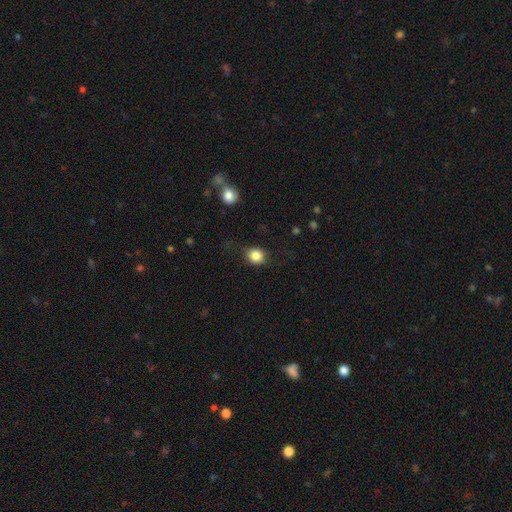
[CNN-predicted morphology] Smooth or featured? smooth (84%)
How rounded? round (73%)
Merging? none (78%)